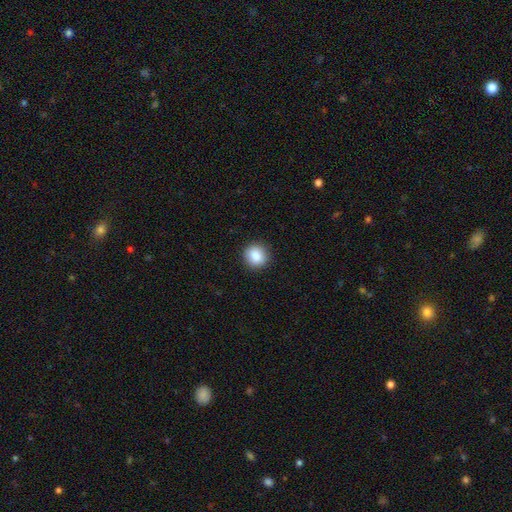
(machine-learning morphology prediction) Smooth or featured: smooth — 87% (star or artifact — 8%)
How rounded: round — 90% (in between — 9%)
Merging: none — 91% (minor disturbance — 6%)